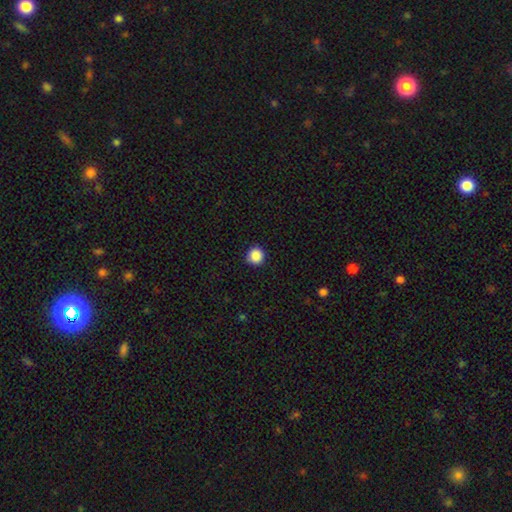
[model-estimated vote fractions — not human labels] Smooth or featured: smooth — 88% (star or artifact — 10%)
How rounded: round — 95% (in between — 4%)
Merging: none — 90% (minor disturbance — 7%)